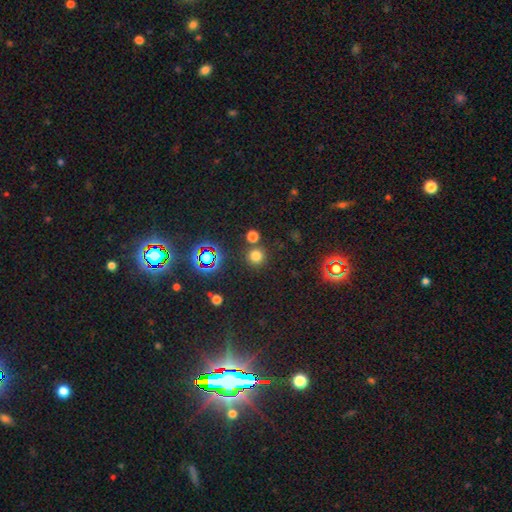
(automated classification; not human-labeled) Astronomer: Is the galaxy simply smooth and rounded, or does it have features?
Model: smooth — 70%.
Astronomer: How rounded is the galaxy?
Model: round — 94%.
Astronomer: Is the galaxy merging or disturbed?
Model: none — 82%.